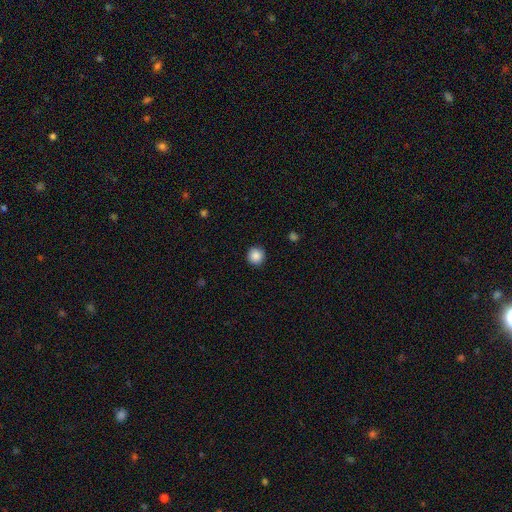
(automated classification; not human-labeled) This appears to be a smooth galaxy with no disk features (87%) that is round (95%). Merging: none (92%).